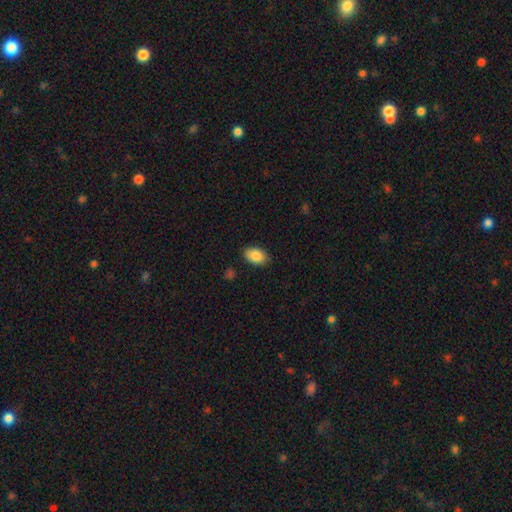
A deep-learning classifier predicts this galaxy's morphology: Smooth or featured? Predicted: smooth (p=0.87). How rounded? Predicted: in between (p=0.89). Merging? Predicted: none (p=0.86).